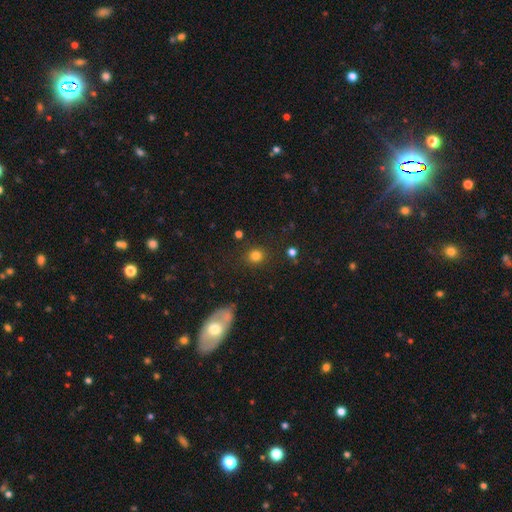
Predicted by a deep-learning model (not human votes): smooth-or-featured: smooth: 81% | star or artifact: 14% | featured or disk: 5%
  how-rounded: round: 86% | in between: 13% | cigar-shaped: 1%
  merging: none: 86% | minor disturbance: 8% | major disturbance: 3% | merger: 3%